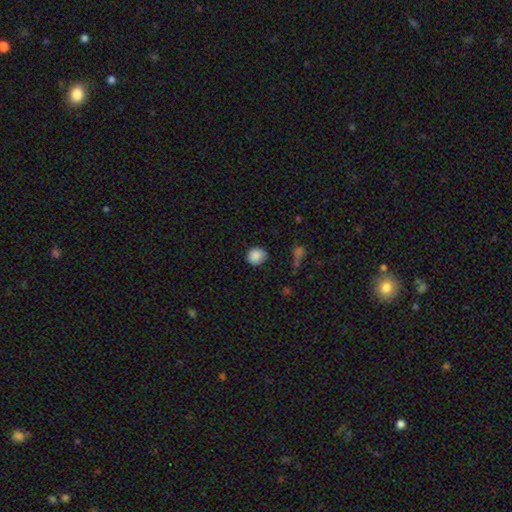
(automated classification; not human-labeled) This appears to be a smooth galaxy with no disk features (88%) that is round (79%). Merging: none (84%).